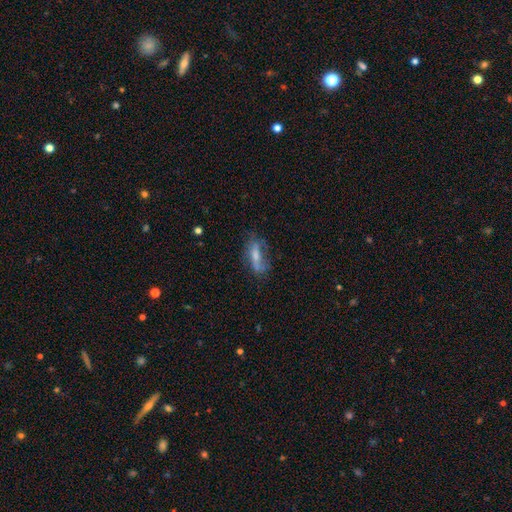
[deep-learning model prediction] A smooth galaxy with no disk features (50%).

Vote fractions:
- Smooth or featured? smooth: 50% / featured or disk: 41% / star or artifact: 9%
- Merging? none: 51% / minor disturbance: 27% / major disturbance: 19% / merger: 3%